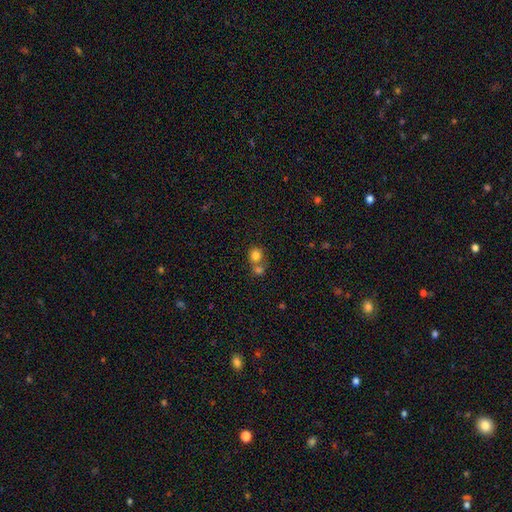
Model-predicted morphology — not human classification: Smooth or featured?
  - smooth: 79% *
  - star or artifact: 11%
  - featured or disk: 10%
How rounded?
  - round: 78% *
  - in between: 21%
  - cigar-shaped: 1%
Merging?
  - merger: 51% *
  - none: 39%
  - minor disturbance: 7%
  - major disturbance: 3%